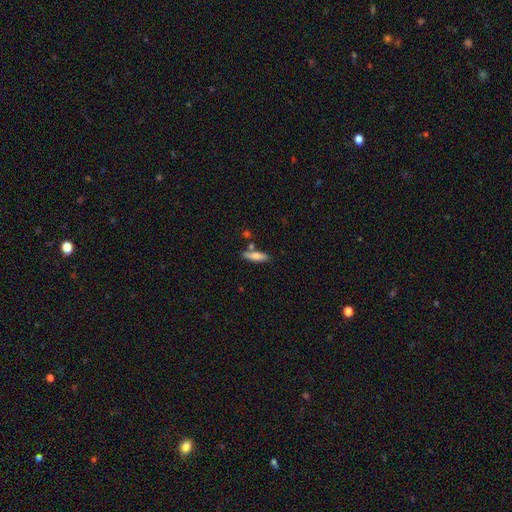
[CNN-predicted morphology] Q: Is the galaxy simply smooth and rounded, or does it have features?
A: smooth — 76%.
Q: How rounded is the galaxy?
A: cigar-shaped — 57%.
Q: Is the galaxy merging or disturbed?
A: none — 72%.